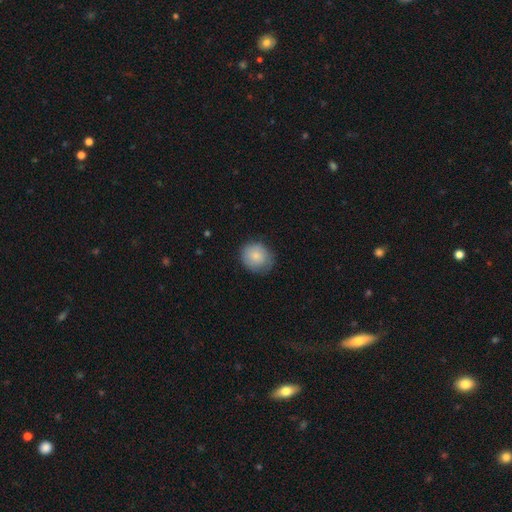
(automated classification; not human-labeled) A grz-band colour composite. It shows a smooth galaxy with no disk features (81%) that is round (76%). Merging: none (74%).